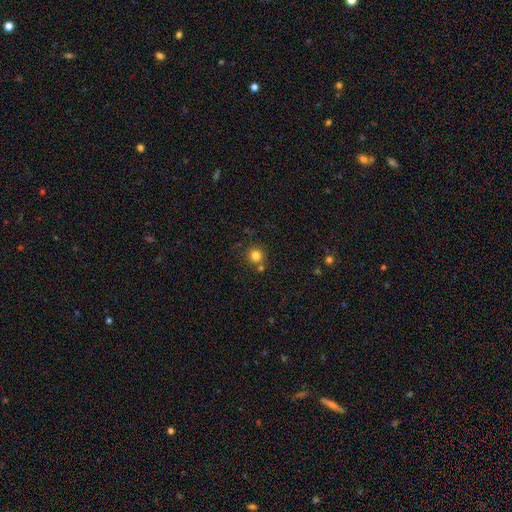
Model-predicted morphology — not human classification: Smooth or featured? smooth (80%)
How rounded? round (93%)
Merging? none (74%)